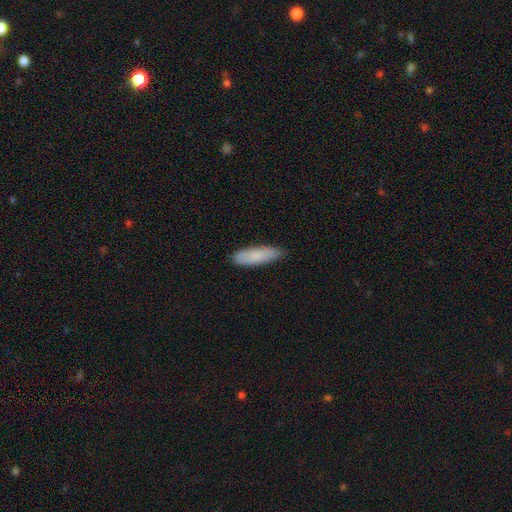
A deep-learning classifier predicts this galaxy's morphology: A smooth galaxy with no disk features (82%) that is cigar-shaped (56%).

Vote fractions:
- Smooth or featured? smooth: 82% / featured or disk: 12% / star or artifact: 6%
- How rounded? cigar-shaped: 56% / in between: 43% / round: 2%
- Merging? none: 81% / minor disturbance: 16% / major disturbance: 2% / merger: 1%